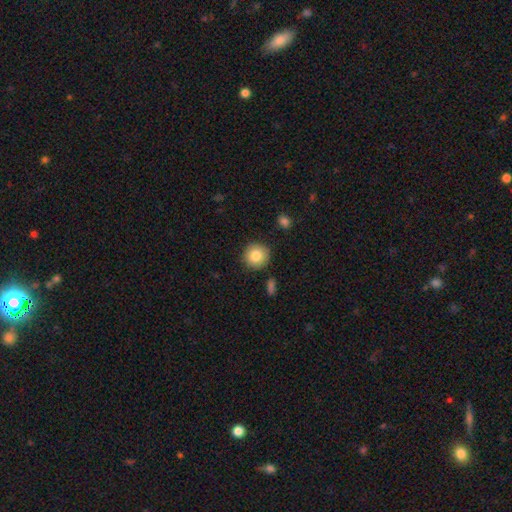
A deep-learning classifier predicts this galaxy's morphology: Overall: smooth (85%). How rounded: round (93%). Merging: none (88%).